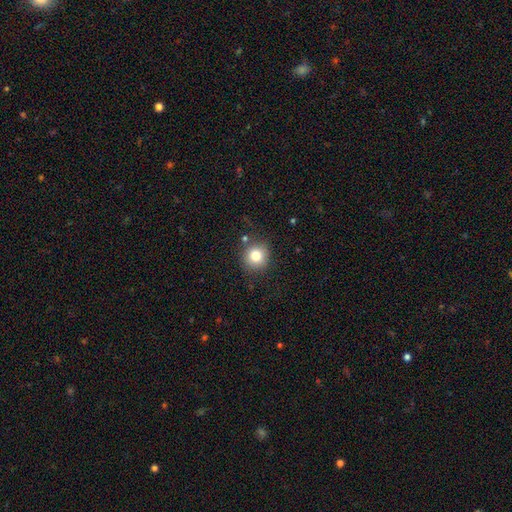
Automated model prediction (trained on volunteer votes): This appears to be a smooth galaxy with no disk features (81%) that is round (90%). Merging: none (84%).